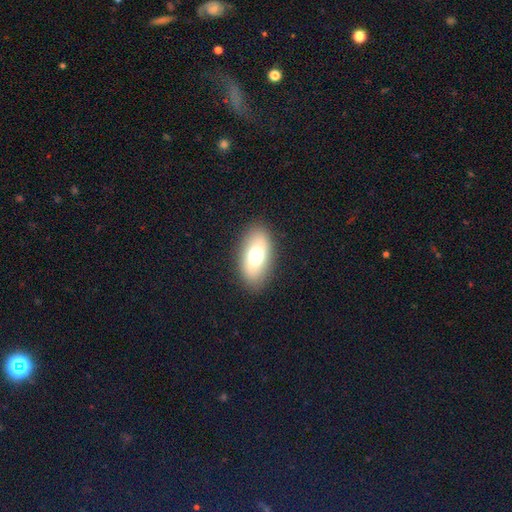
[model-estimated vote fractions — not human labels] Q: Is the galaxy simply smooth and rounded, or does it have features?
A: smooth — 66%.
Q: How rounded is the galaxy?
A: in between — 88%.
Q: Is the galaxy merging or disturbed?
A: none — 86%.